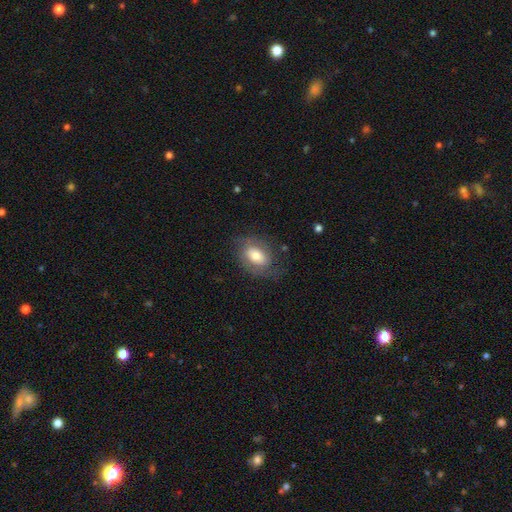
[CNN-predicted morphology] This appears to be a smooth galaxy with no disk features (56%) that is in between round and cigar-shaped (76%). Merging: none (66%).